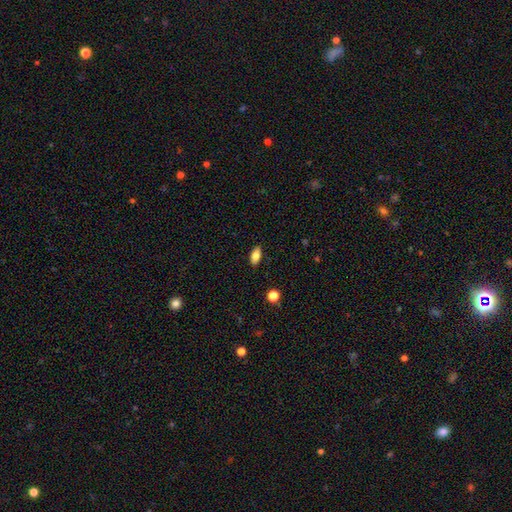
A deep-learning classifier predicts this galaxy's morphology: Smooth or featured: smooth — 79% (featured or disk — 13%)
How rounded: in between — 88% (cigar-shaped — 8%)
Merging: none — 89% (minor disturbance — 8%)